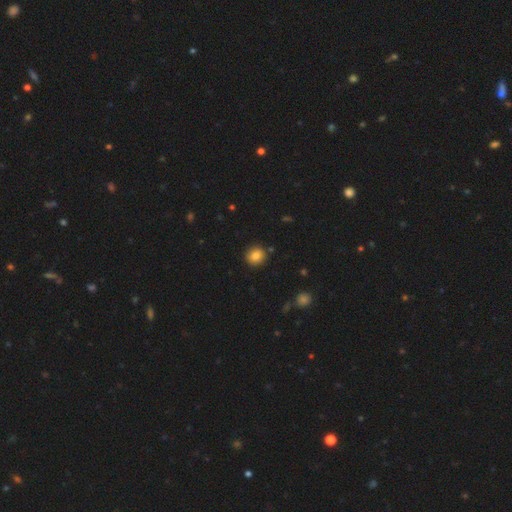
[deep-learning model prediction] smooth-or-featured: smooth: 84% | star or artifact: 10% | featured or disk: 6%
  how-rounded: round: 85% | in between: 14% | cigar-shaped: 1%
  merging: none: 89% | minor disturbance: 7% | merger: 2% | major disturbance: 2%